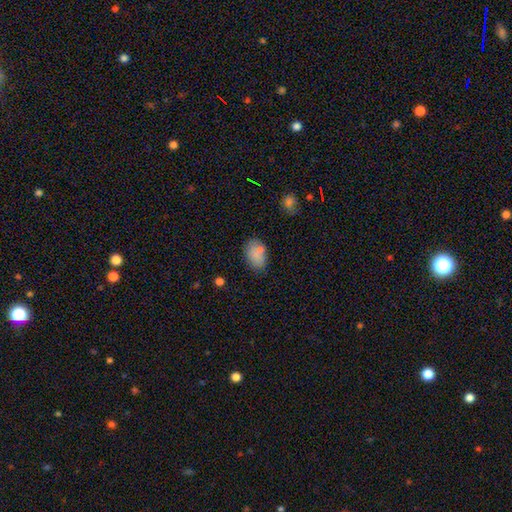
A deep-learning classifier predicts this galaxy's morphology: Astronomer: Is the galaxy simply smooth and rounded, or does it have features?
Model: smooth — 83%.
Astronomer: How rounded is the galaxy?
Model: in between — 86%.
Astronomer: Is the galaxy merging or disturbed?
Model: none — 66%.